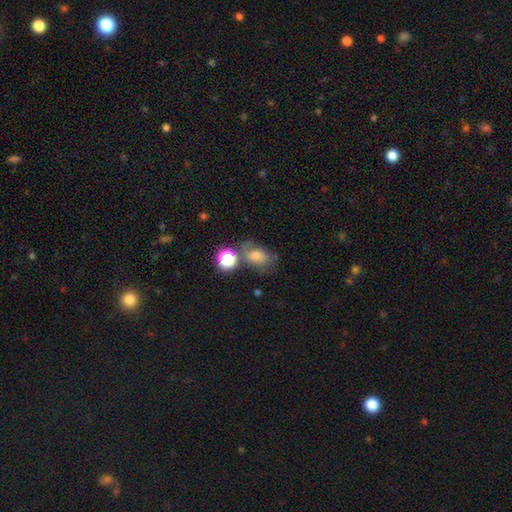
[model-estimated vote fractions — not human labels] smooth_or_featured: smooth (p=0.58) [alt: featured or disk p=0.22]
how_rounded: in between (p=0.67) [alt: round p=0.31]
merging: none (p=0.46) [alt: minor disturbance p=0.23]